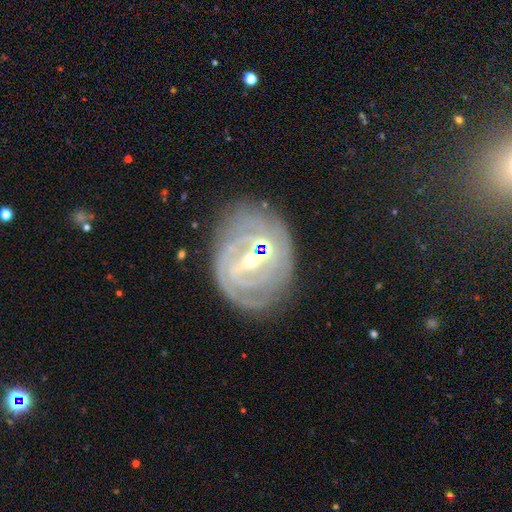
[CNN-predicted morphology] Overall: featured or disk (84%). Edge-on disk: no (96%). Bar: strong (45%; weak 39%). Spiral arms: yes (89%). Spiral arm count: can't tell (37%; 2 26%). Spiral winding: tight (76%). Bulge size: small (60%; moderate 35%). Merging: none (68%).